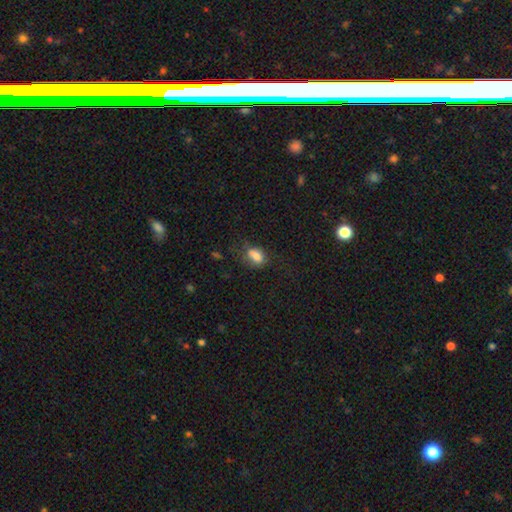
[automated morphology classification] type=smooth (76%); roundness=in between (81%); merging=none (47%).